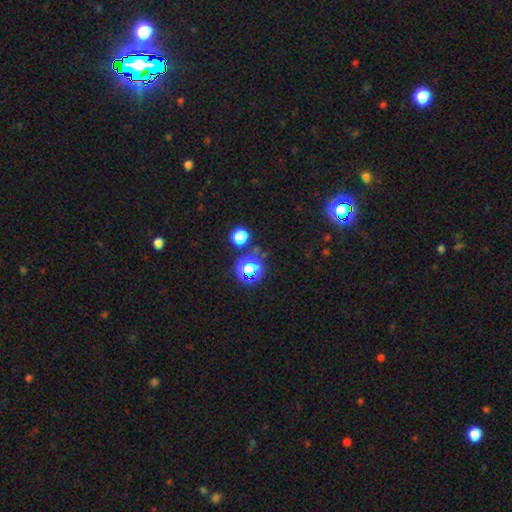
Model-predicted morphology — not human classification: A star or artifact, not a galaxy (69%).

Vote fractions:
- Smooth or featured? star or artifact: 69% / smooth: 24% / featured or disk: 7%